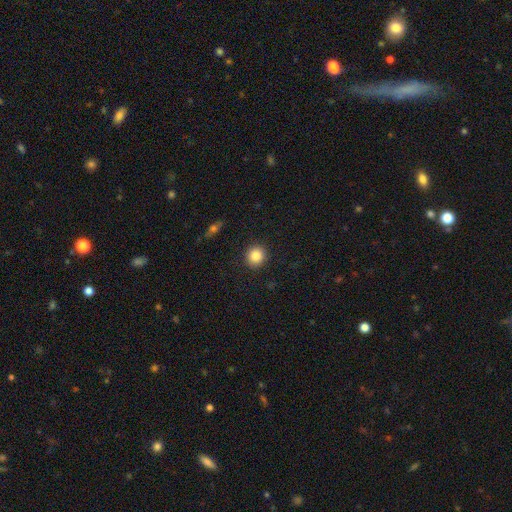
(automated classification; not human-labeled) smooth 85%, star or artifact 10%, featured or disk 5%. Down the decision tree: how rounded — round (90%); merging — none (92%).